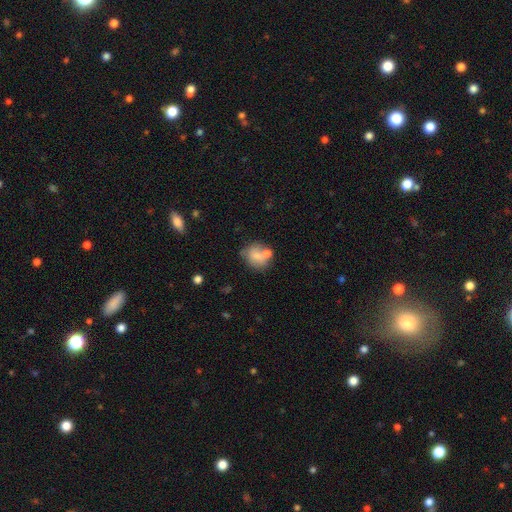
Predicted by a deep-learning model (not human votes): Q: Smooth or featured?
A: smooth (69%); runner-up: featured or disk (22%)
Q: How rounded?
A: round (68%); runner-up: in between (30%)
Q: Merging?
A: none (45%); runner-up: merger (33%)